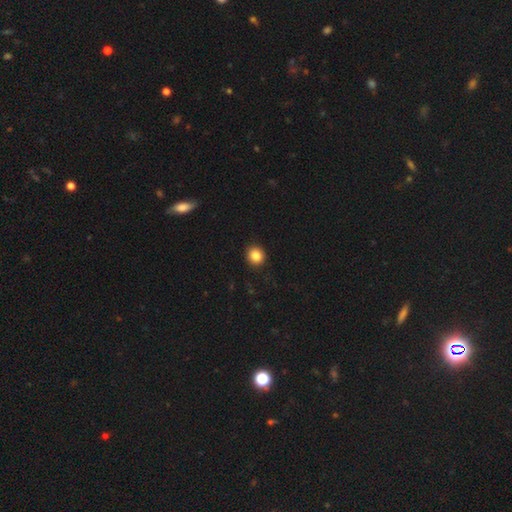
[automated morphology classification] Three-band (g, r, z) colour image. It shows a smooth galaxy with no disk features (86%) that is round (85%). Merging: none (92%).